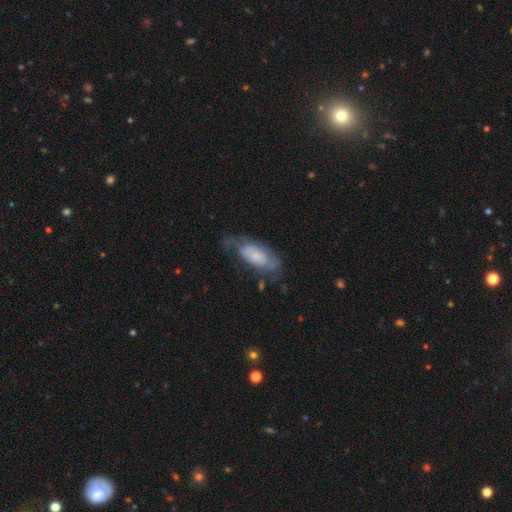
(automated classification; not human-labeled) smooth 50%, featured or disk 43%, star or artifact 7%. Down the decision tree: how rounded — in between (85%); merging — none (45%).